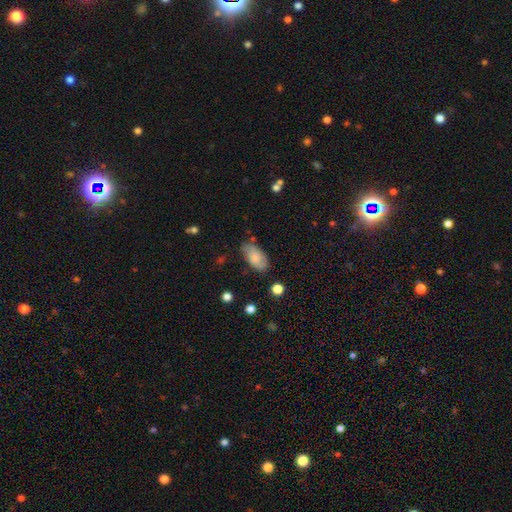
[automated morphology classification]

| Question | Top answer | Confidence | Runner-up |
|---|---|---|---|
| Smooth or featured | smooth | 67% | featured or disk (25%) |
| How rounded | in between | 93% | round (4%) |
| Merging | none | 71% | minor disturbance (21%) |